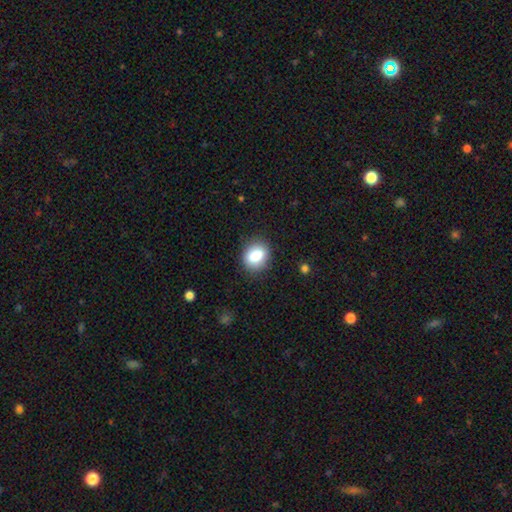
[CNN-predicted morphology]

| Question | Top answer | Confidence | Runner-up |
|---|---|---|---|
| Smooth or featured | smooth | 84% | star or artifact (9%) |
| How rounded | in between | 54% | round (45%) |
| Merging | none | 85% | minor disturbance (11%) |